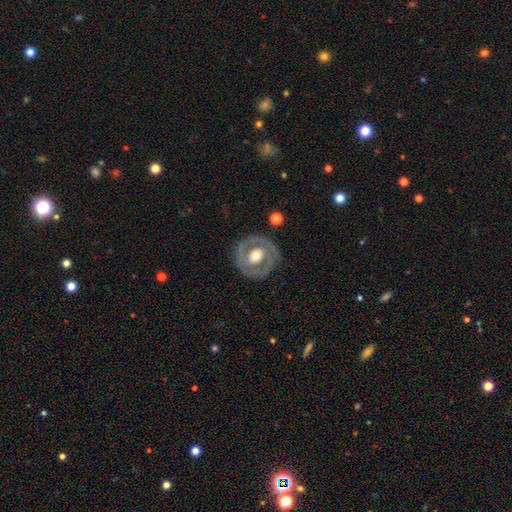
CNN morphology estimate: Smooth or featured: featured or disk — 67% (smooth — 28%)
Edge-on disk: no — 96% (yes — 4%)
Bar: no — 65% (weak — 24%)
Spiral arms: no — 63% (yes — 37%)
Bulge size: moderate — 60% (large — 28%)
Merging: none — 79% (minor disturbance — 13%)